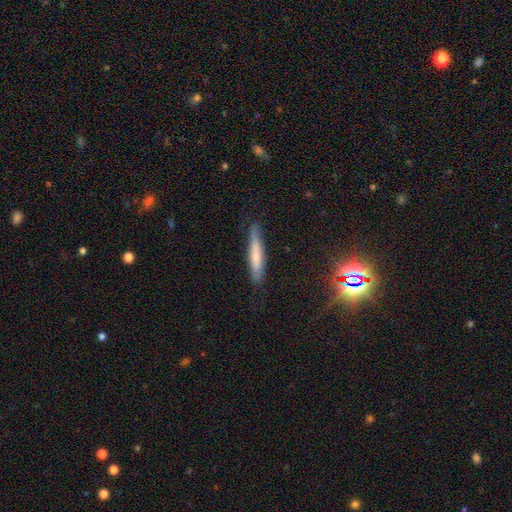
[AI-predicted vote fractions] Overall: smooth (60%; featured or disk 29%). How rounded: cigar-shaped (91%). Merging: none (81%).